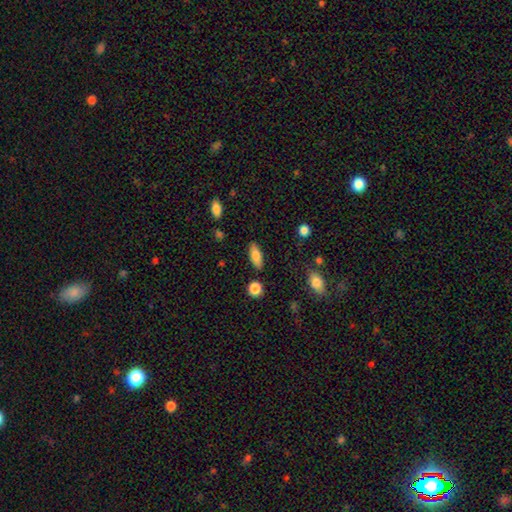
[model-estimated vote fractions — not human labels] Smooth or featured?
  - smooth: 80% *
  - featured or disk: 13%
  - star or artifact: 7%
How rounded?
  - in between: 78% *
  - cigar-shaped: 19%
  - round: 3%
Merging?
  - none: 85% *
  - minor disturbance: 10%
  - merger: 3%
  - major disturbance: 2%